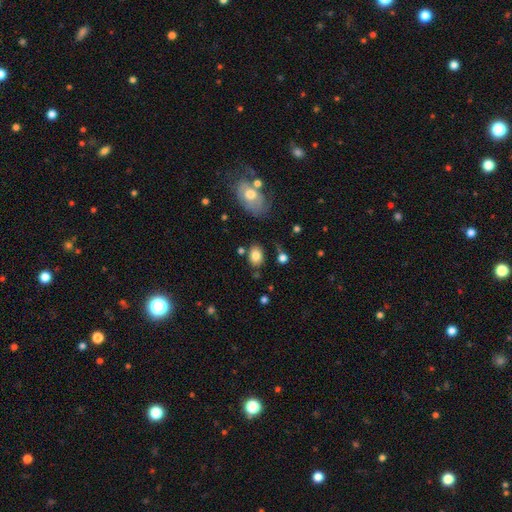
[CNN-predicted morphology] This appears to be a smooth galaxy with no disk features (81%) that is in between round and cigar-shaped (72%). Merging: none (75%).